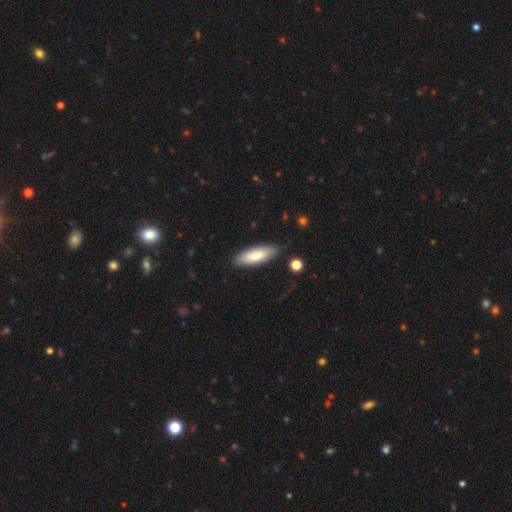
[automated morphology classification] Smooth or featured? smooth (80%)
How rounded? in between (56%)
Merging? none (86%)